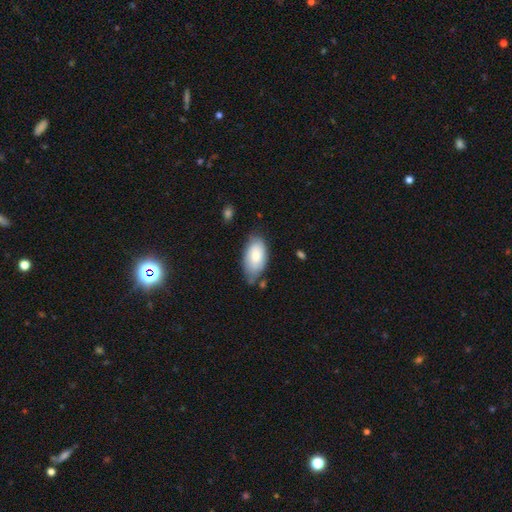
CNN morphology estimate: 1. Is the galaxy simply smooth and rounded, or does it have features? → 76% smooth, 19% featured or disk, 6% star or artifact.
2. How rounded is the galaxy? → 95% in between, 3% round, 2% cigar-shaped.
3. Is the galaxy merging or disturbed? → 58% none, 31% minor disturbance, 7% major disturbance, 5% merger.